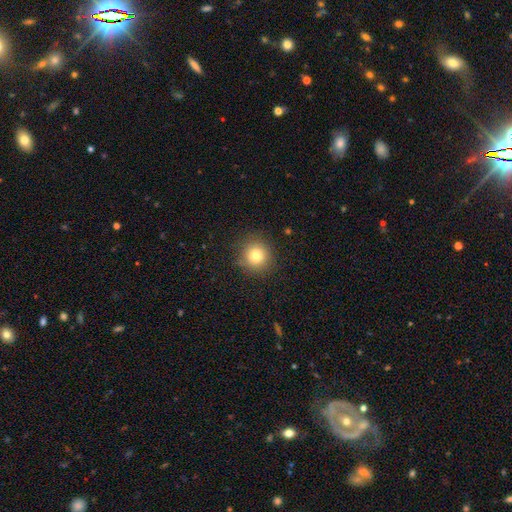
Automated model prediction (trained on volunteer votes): A smooth galaxy with no disk features (78%) that is round (93%). Merging: none (87%).